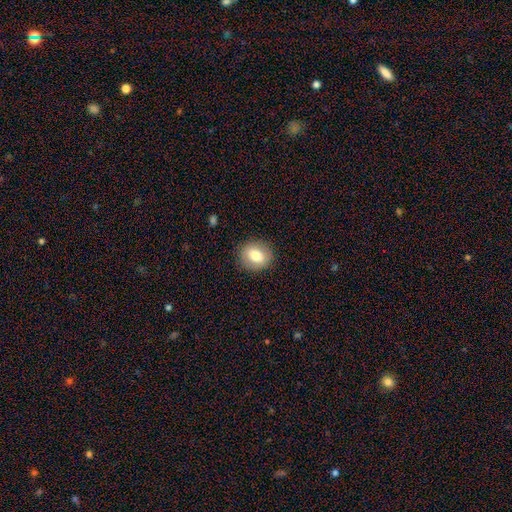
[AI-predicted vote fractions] Smooth or featured: smooth — 77% (featured or disk — 15%)
How rounded: round — 64% (in between — 35%)
Merging: none — 87% (minor disturbance — 9%)